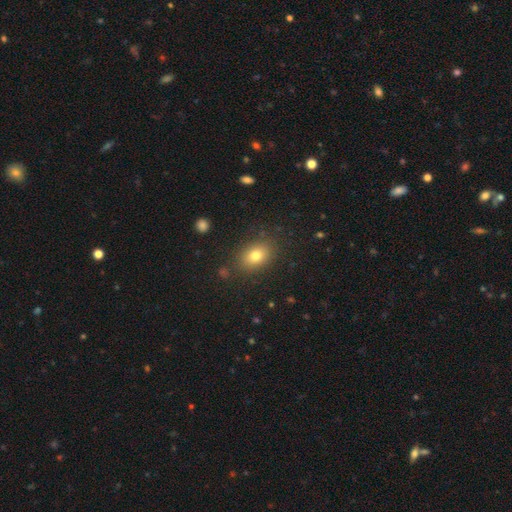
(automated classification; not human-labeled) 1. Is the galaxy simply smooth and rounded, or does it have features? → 78% smooth, 11% star or artifact, 11% featured or disk.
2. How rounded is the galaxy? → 73% in between, 25% round, 1% cigar-shaped.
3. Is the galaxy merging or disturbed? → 84% none, 11% minor disturbance, 4% major disturbance, 2% merger.